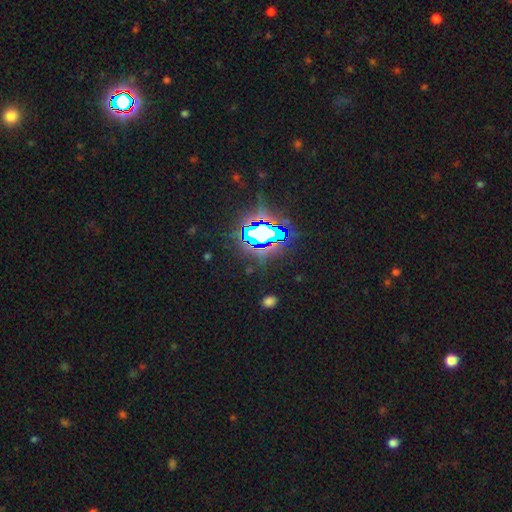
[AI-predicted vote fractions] Morphology: type=star or artifact (83%).